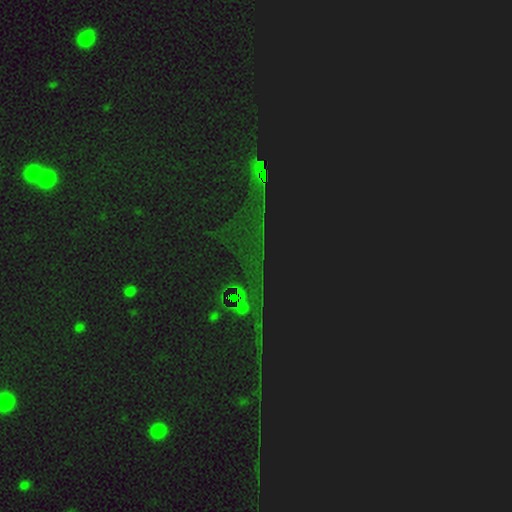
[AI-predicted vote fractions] Q: Smooth or featured?
A: star or artifact (85%); runner-up: smooth (9%)